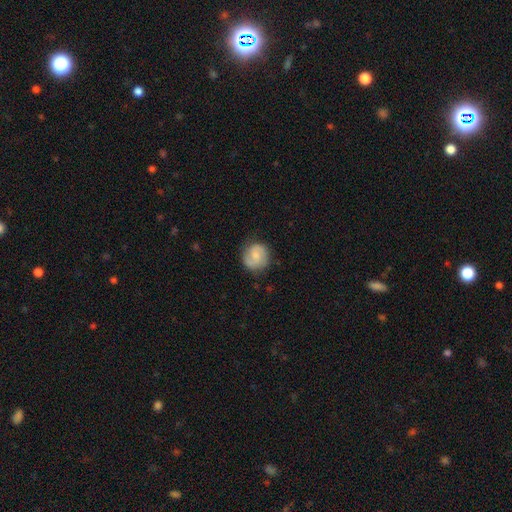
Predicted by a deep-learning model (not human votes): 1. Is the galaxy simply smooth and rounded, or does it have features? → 54% featured or disk, 39% smooth, 7% star or artifact.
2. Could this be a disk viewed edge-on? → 98% no, 2% yes.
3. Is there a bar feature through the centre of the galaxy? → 50% no, 43% weak, 7% strong.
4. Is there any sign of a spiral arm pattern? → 91% yes, 9% no.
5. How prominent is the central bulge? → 42% small, 33% moderate, 20% none, 3% large, 1% dominant.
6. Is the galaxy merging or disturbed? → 79% none, 15% minor disturbance, 5% major disturbance, 1% merger.